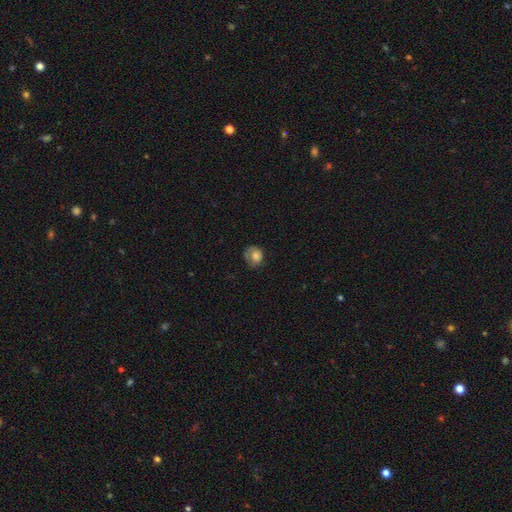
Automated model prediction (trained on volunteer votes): This appears to be a smooth galaxy with no disk features (72%) that is round (66%). Merging: none (48%).